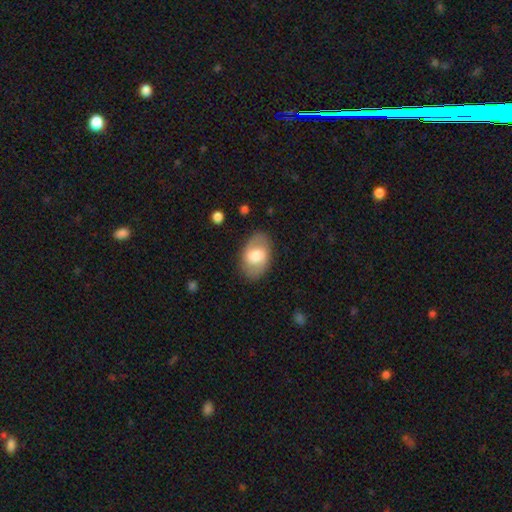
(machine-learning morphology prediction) Smooth or featured? Predicted: smooth (p=0.52). How rounded? Predicted: in between (p=0.87). Merging? Predicted: none (p=0.83).